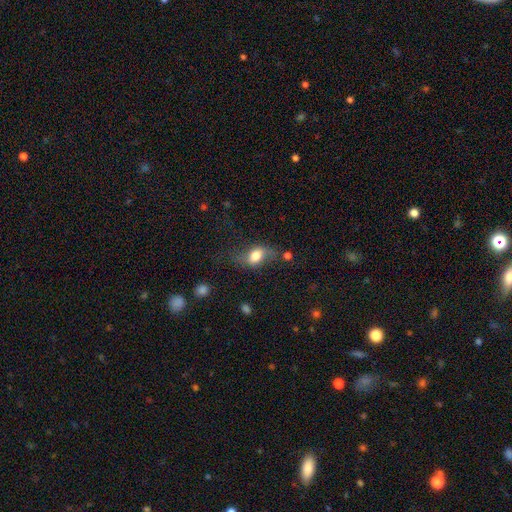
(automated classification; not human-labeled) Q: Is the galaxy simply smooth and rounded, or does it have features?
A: smooth — 64%.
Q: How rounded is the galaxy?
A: in between — 78%.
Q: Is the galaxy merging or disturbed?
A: none — 52%.